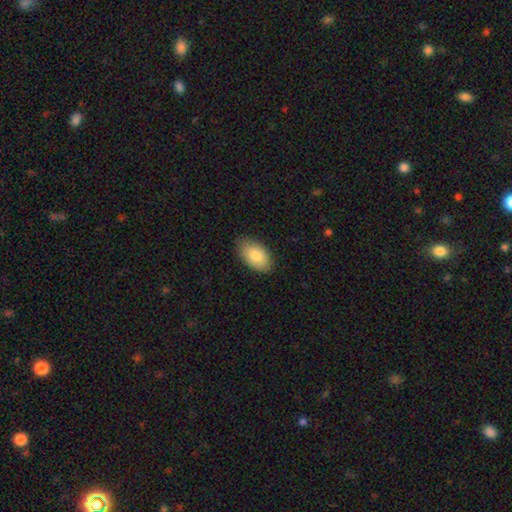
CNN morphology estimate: Smooth or featured? Predicted: smooth (p=0.84). How rounded? Predicted: in between (p=0.94). Merging? Predicted: none (p=0.83).